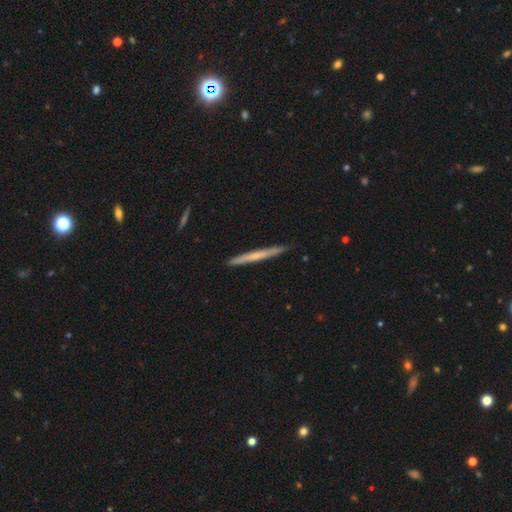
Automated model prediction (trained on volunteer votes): This appears to be a smooth galaxy with no disk features (49%). Merging: none (90%).